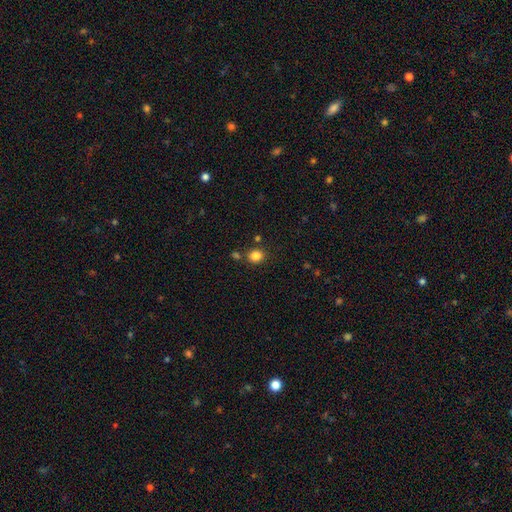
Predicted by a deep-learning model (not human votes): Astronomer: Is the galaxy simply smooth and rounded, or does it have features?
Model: smooth — 83%.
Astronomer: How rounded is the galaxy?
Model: round — 77%.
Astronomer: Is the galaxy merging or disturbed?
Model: none — 80%.